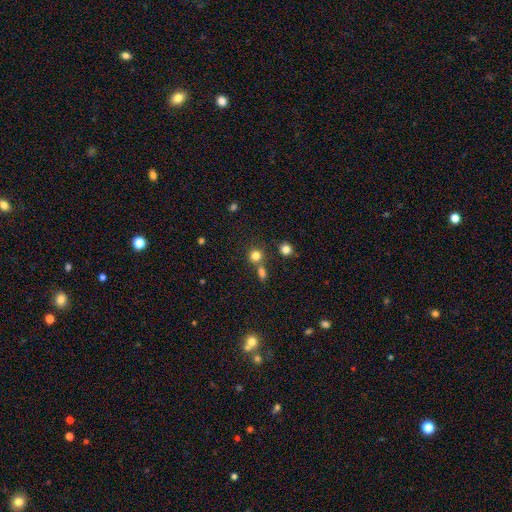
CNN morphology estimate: type=smooth (78%); roundness=round (86%); merging=none (60%).